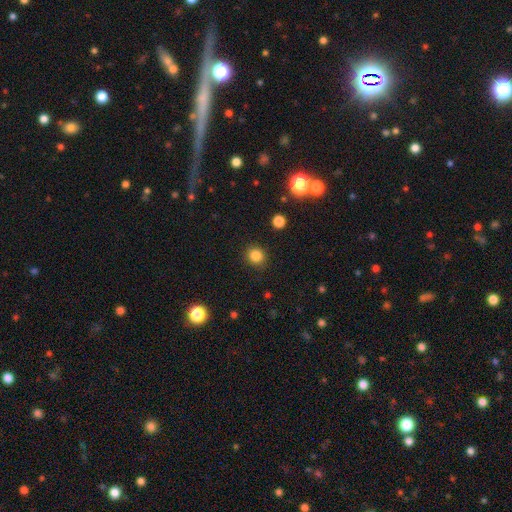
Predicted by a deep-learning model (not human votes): This is clearly a smooth galaxy (84%). How rounded: clearly round (87%). Merging: clearly none (90%).